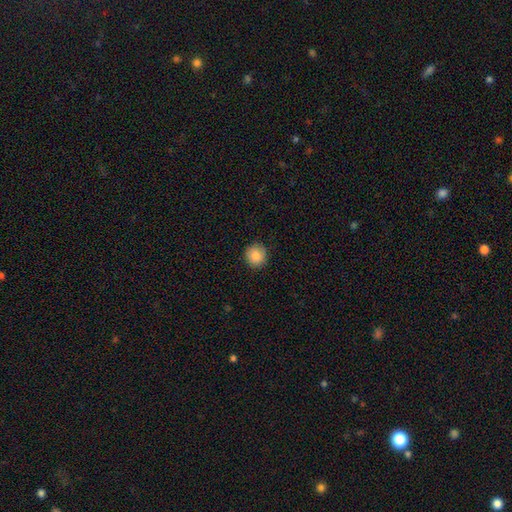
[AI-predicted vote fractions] Smooth or featured?
  - smooth: 87% *
  - star or artifact: 9%
  - featured or disk: 4%
How rounded?
  - round: 91% *
  - in between: 8%
  - cigar-shaped: 1%
Merging?
  - none: 89% *
  - minor disturbance: 8%
  - major disturbance: 2%
  - merger: 1%